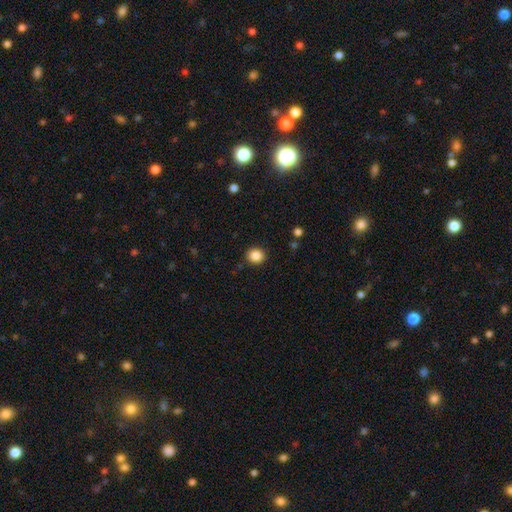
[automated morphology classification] smooth 86%, star or artifact 10%, featured or disk 4%. Down the decision tree: how rounded — round (85%); merging — none (90%).